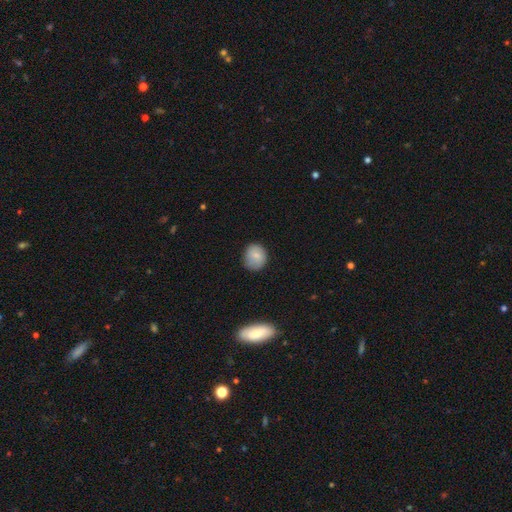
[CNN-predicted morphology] Smooth or featured? Predicted: smooth (p=0.82). How rounded? Predicted: round (p=0.74). Merging? Predicted: none (p=0.77).